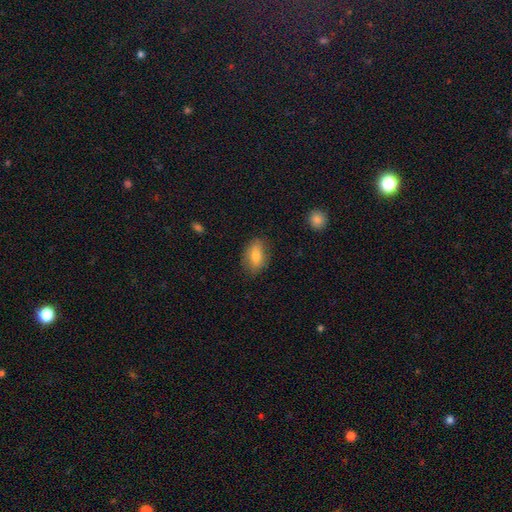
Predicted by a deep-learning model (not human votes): This is likely a smooth galaxy (76%). How rounded: clearly in between (86%). Merging: likely none (80%).